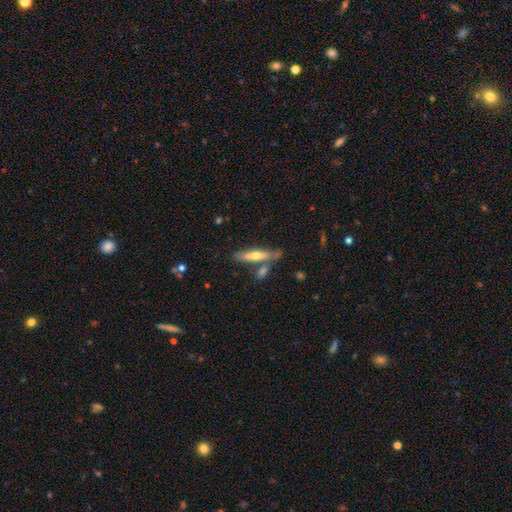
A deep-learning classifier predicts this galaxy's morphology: smooth_or_featured: smooth (p=0.51) [alt: featured or disk p=0.44]
how_rounded: cigar-shaped (p=0.80) [alt: in between p=0.19]
merging: none (p=0.67) [alt: merger p=0.16]